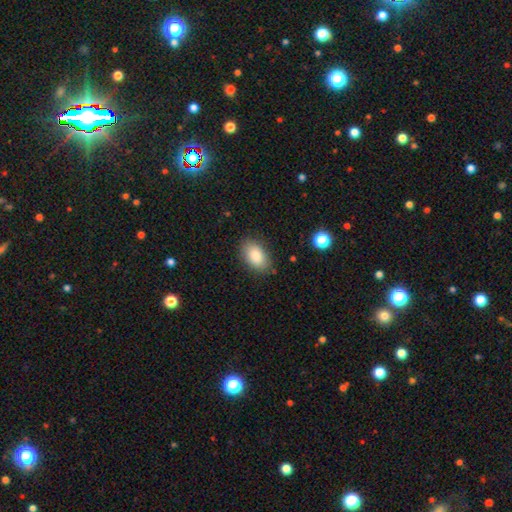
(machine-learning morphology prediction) smooth_or_featured: smooth (p=0.86) [alt: star or artifact p=0.07]
how_rounded: in between (p=0.92) [alt: round p=0.07]
merging: none (p=0.84) [alt: minor disturbance p=0.12]